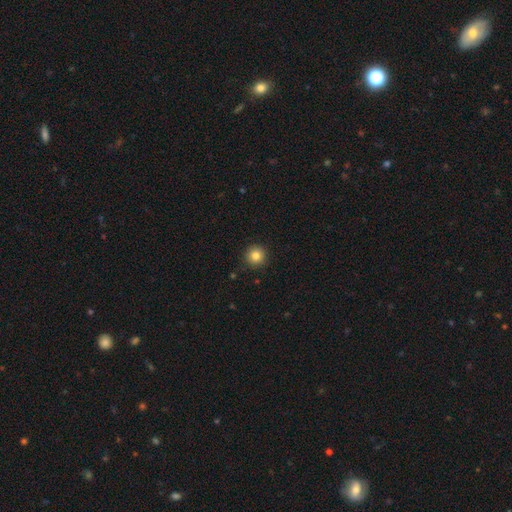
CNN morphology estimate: smooth_or_featured: smooth (p=0.83) [alt: star or artifact p=0.11]
how_rounded: round (p=0.95) [alt: in between p=0.04]
merging: none (p=0.92) [alt: minor disturbance p=0.05]